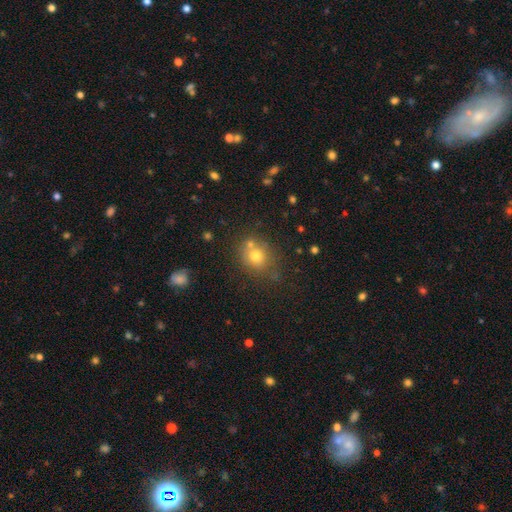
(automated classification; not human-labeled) smooth_or_featured: smooth (p=0.73) [alt: star or artifact p=0.15]
how_rounded: round (p=0.75) [alt: in between p=0.24]
merging: none (p=0.65) [alt: merger p=0.16]